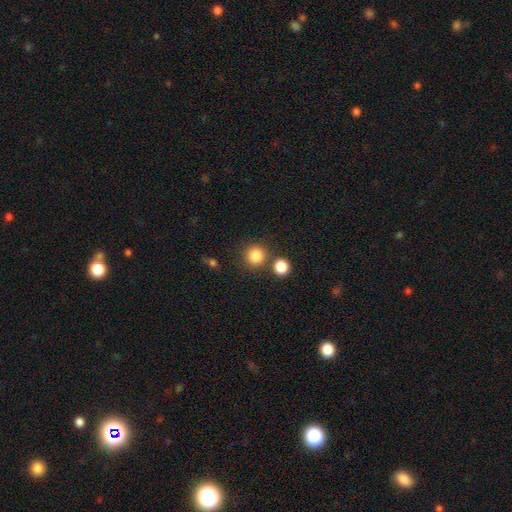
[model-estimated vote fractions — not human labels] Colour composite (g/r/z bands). It shows a smooth galaxy with no disk features (85%) that is round (91%). Merging: none (78%).